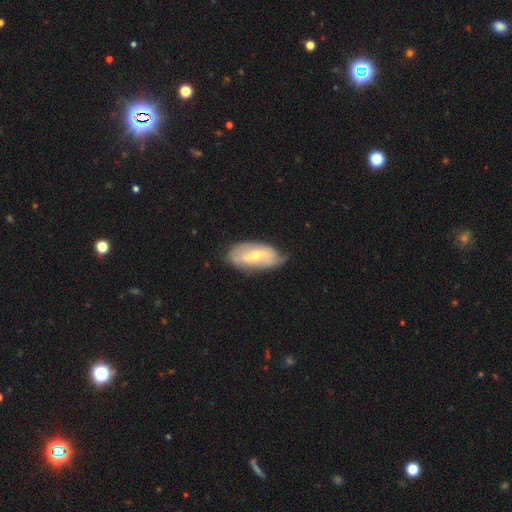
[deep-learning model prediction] Morphology: type=featured or disk (61%); edge-on=no (90%); bar=weak (41%); spiral arms=yes (64%); bulge=small (56%); merging=none (65%).